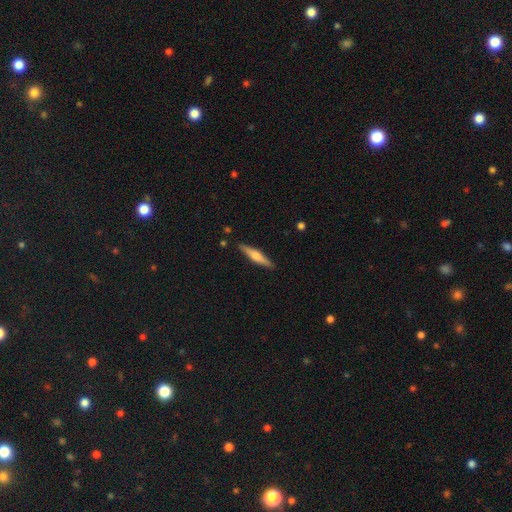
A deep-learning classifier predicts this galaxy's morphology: smooth-or-featured: featured or disk: 55% | smooth: 40% | star or artifact: 6%
  disk-edge-on: yes: 96% | no: 4%
    edge-on-bulge: rounded: 86% | boxy: 8% | none: 6%
  merging: none: 89% | minor disturbance: 8% | major disturbance: 2% | merger: 2%